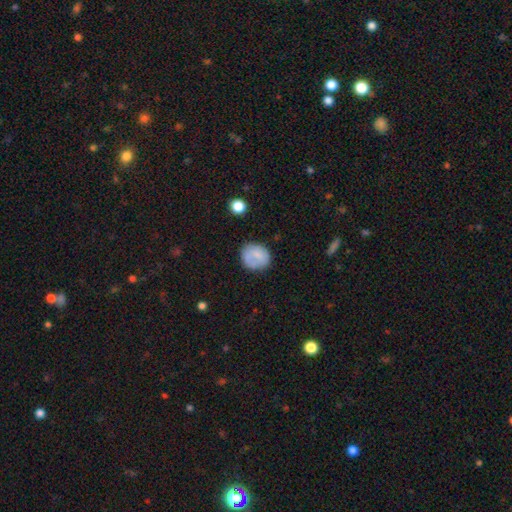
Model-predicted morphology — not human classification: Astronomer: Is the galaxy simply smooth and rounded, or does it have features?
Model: smooth — 77%.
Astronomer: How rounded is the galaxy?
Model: round — 72%.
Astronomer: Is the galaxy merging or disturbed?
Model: none — 71%.